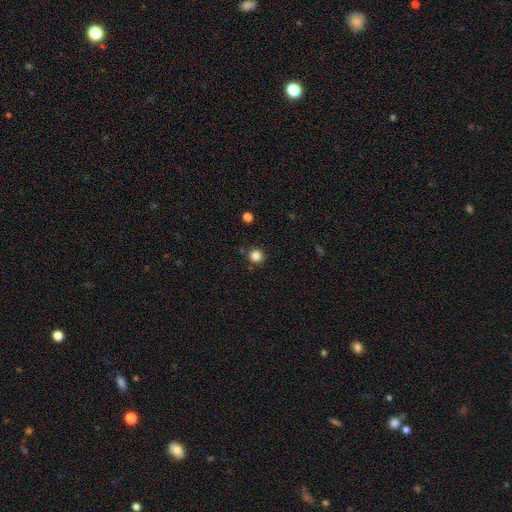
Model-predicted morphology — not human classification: Smooth or featured? Predicted: smooth (p=0.83). How rounded? Predicted: round (p=0.94). Merging? Predicted: none (p=0.87).